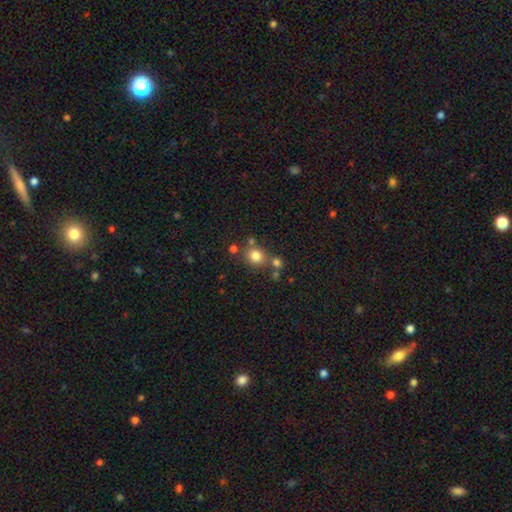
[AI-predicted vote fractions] Q: Smooth or featured?
A: smooth (79%); runner-up: star or artifact (14%)
Q: How rounded?
A: round (82%); runner-up: in between (17%)
Q: Merging?
A: none (68%); runner-up: merger (17%)